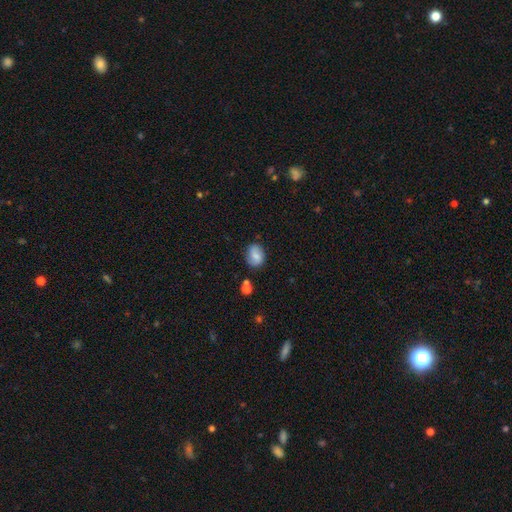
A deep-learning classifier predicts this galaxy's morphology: Smooth or featured? Predicted: smooth (p=0.64). How rounded? Predicted: in between (p=0.65). Merging? Predicted: none (p=0.72).